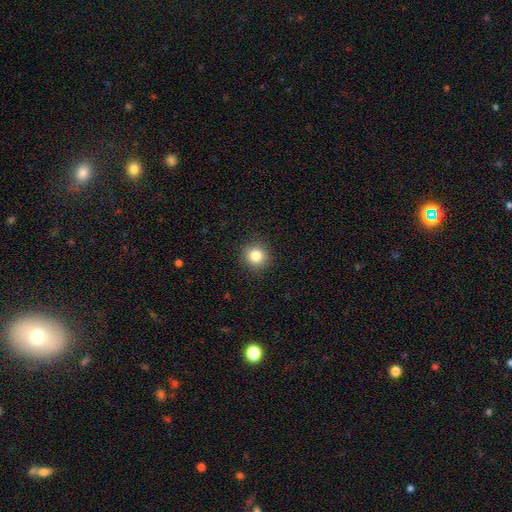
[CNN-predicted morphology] This appears to be a smooth galaxy with no disk features (83%) that is round (89%). Merging: none (91%).